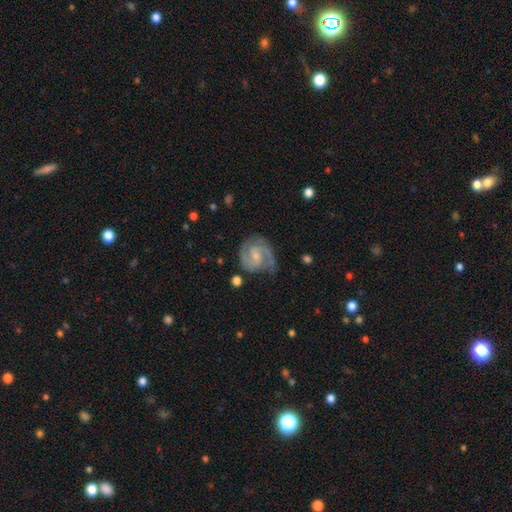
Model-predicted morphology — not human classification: Smooth or featured: featured or disk — 88% (smooth — 7%)
Edge-on disk: no — 98% (yes — 2%)
Bar: weak — 50% (no — 38%)
Spiral arms: yes — 97% (no — 3%)
Spiral winding: medium — 49% (tight — 43%)
Spiral arm count: 2 — 86% (3 — 5%)
Bulge size: small — 55% (moderate — 34%)
Merging: none — 73% (minor disturbance — 19%)